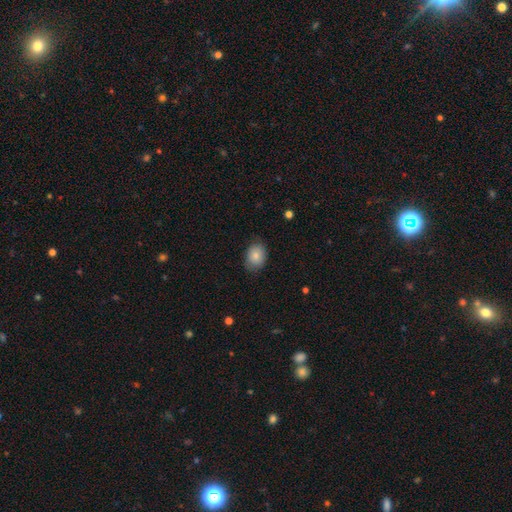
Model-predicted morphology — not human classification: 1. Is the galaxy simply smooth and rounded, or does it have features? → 83% smooth, 9% featured or disk, 8% star or artifact.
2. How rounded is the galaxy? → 64% in between, 35% round, 1% cigar-shaped.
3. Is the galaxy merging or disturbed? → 79% none, 16% minor disturbance, 3% major disturbance, 1% merger.